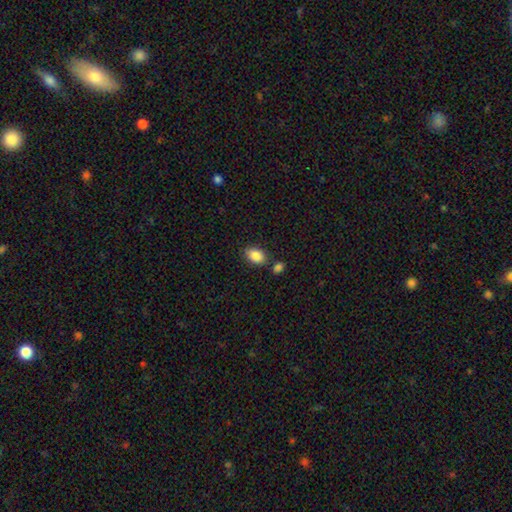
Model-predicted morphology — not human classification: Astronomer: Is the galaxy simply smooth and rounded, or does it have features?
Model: smooth — 87%.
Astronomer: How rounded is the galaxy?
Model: in between — 86%.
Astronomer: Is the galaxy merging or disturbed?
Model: none — 73%.